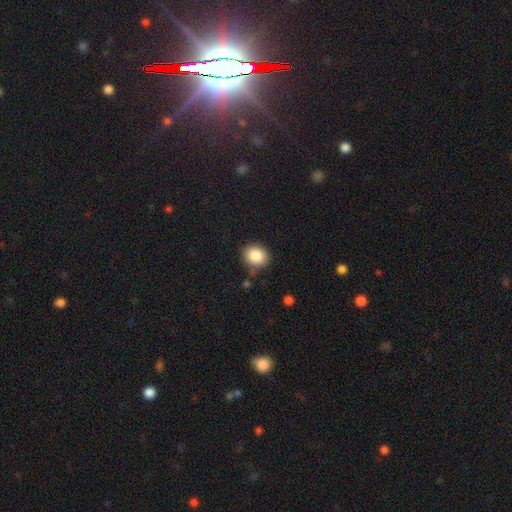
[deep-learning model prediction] Morphology: type=smooth (85%); roundness=round (69%); merging=none (80%).